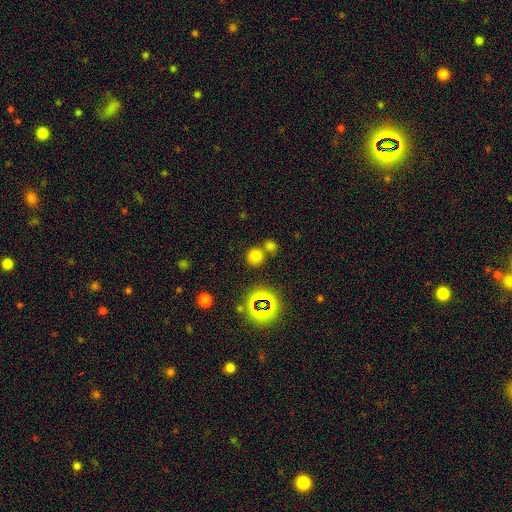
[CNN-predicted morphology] Smooth or featured? Predicted: smooth (p=0.69). How rounded? Predicted: round (p=0.90). Merging? Predicted: none (p=0.67).